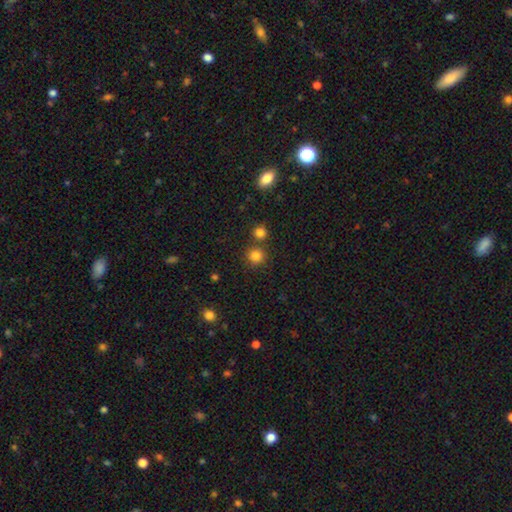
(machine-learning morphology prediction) Overall: smooth (82%). How rounded: round (92%). Merging: none (75%).